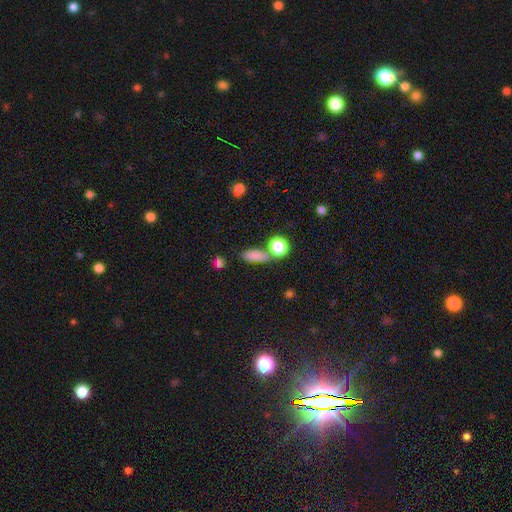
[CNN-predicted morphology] Overall: smooth (83%). How rounded: in between (61%; cigar-shaped 24%). Merging: none (65%).